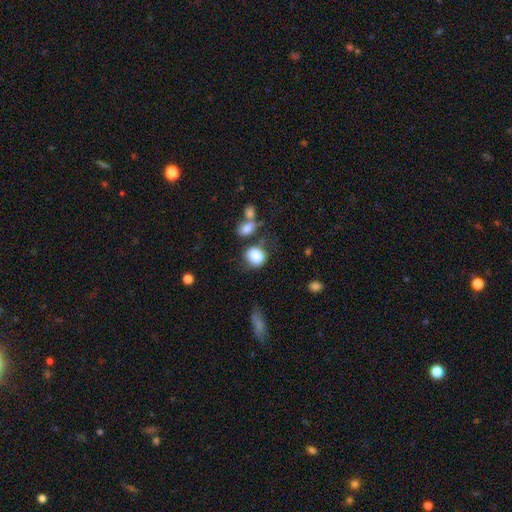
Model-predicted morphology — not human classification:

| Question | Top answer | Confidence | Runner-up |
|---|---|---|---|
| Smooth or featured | smooth | 85% | star or artifact (8%) |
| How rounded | round | 62% | in between (37%) |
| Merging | none | 56% | minor disturbance (20%) |